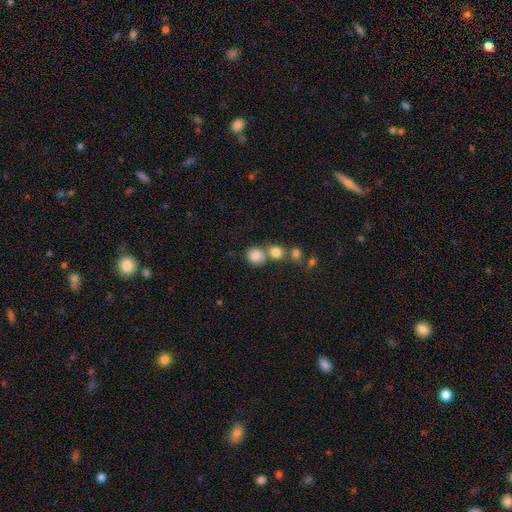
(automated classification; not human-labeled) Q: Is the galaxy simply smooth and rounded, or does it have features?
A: smooth — 82%.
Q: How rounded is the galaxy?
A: round — 85%.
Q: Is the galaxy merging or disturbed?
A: none — 55%.